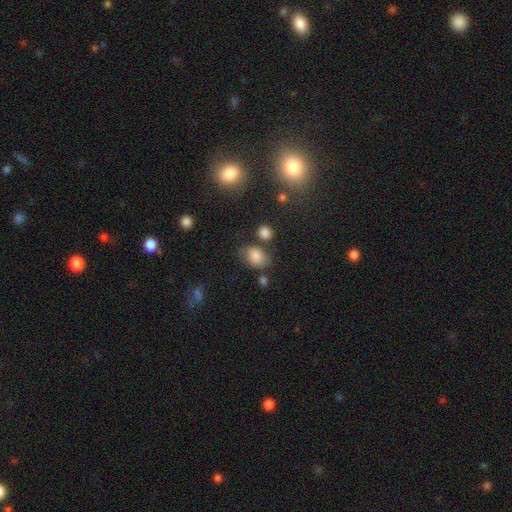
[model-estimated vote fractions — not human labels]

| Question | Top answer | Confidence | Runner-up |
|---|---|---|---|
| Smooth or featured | smooth | 78% | star or artifact (12%) |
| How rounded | in between | 65% | round (33%) |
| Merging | none | 57% | minor disturbance (23%) |